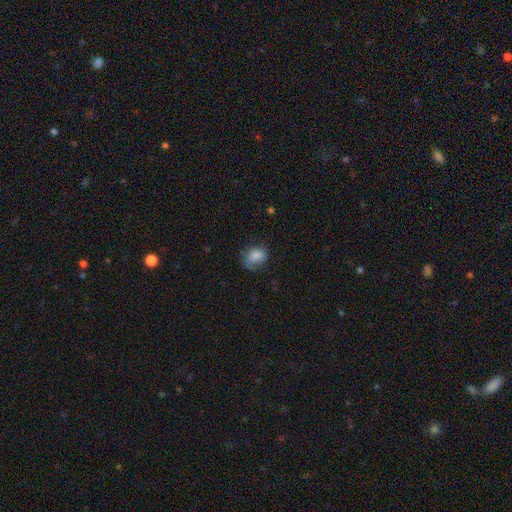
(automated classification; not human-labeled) Smooth or featured? Predicted: smooth (p=0.78). How rounded? Predicted: in between (p=0.60). Merging? Predicted: none (p=0.54).